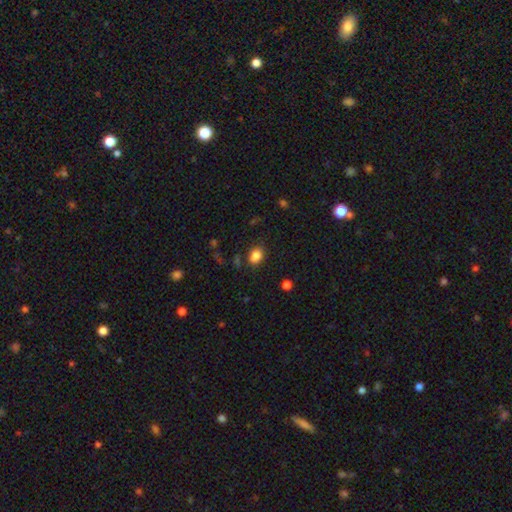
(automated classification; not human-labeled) Overall: smooth (84%). How rounded: in between (67%; round 32%). Merging: none (79%).